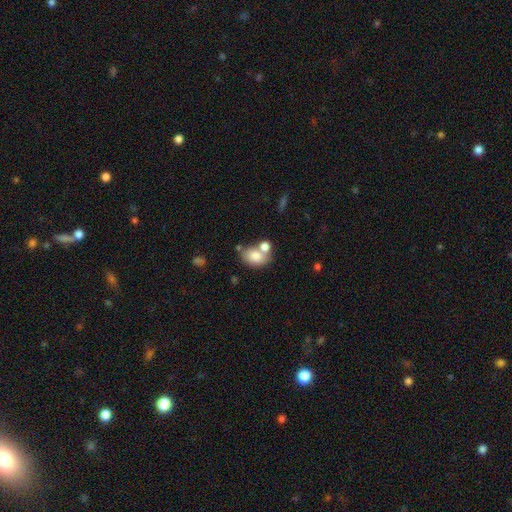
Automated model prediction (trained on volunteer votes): Overall: smooth (78%). How rounded: in between (70%). Merging: none (46%; merger 37%).